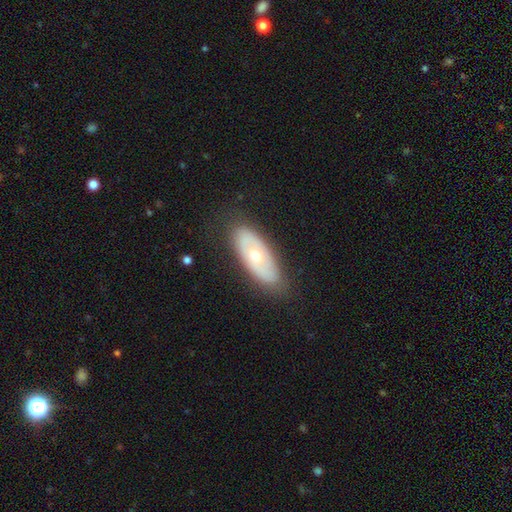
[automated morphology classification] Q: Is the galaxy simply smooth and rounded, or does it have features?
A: featured or disk — 51%.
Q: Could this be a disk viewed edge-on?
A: no — 80%.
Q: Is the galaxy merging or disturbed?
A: none — 82%.